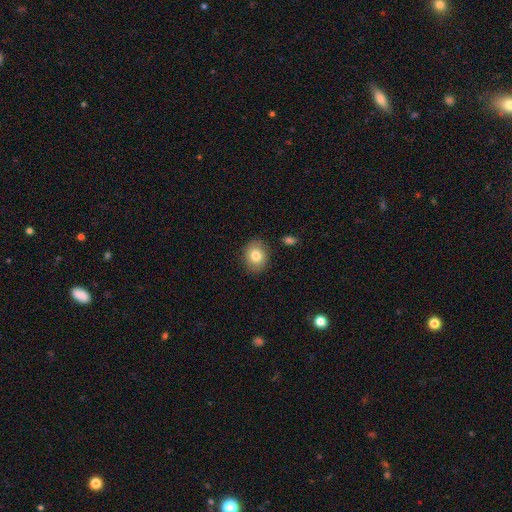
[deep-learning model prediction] Smooth or featured? smooth (81%)
How rounded? round (54%)
Merging? none (86%)